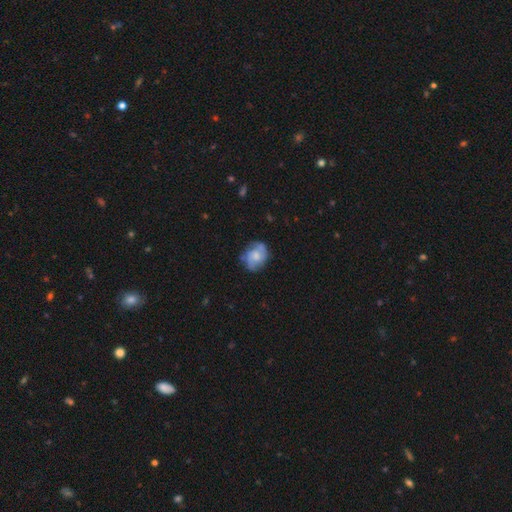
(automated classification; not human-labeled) Smooth or featured? Predicted: featured or disk (p=0.56). Edge-on disk? Predicted: no (p=0.97). Bar? Predicted: no (p=0.68). Spiral arms? Predicted: yes (p=0.81). Bulge size? Predicted: moderate (p=0.43). Merging? Predicted: none (p=0.66).